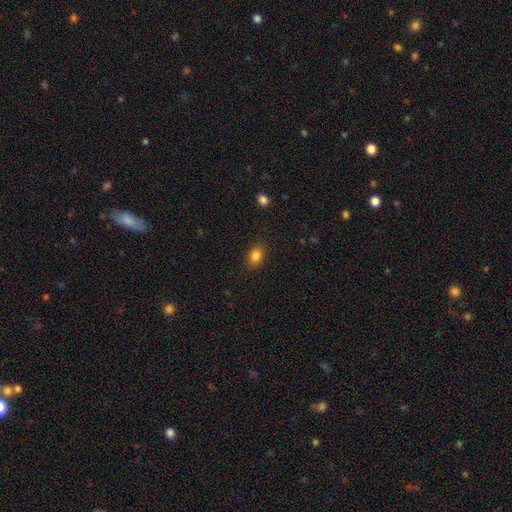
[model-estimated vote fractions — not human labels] smooth_or_featured: smooth (p=0.84) [alt: star or artifact p=0.10]
how_rounded: in between (p=0.74) [alt: round p=0.24]
merging: none (p=0.86) [alt: minor disturbance p=0.10]